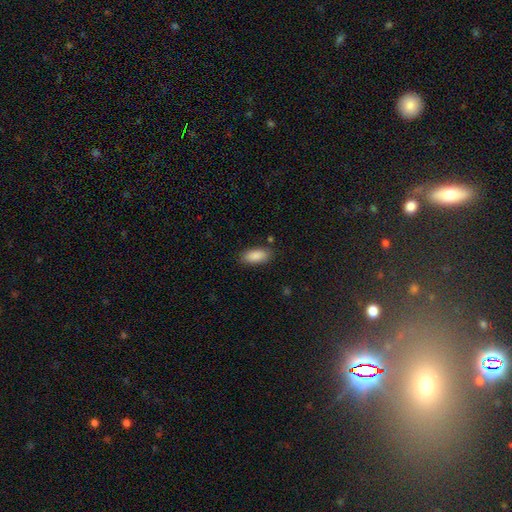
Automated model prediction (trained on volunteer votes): Overall: smooth (89%). How rounded: in between (89%). Merging: none (84%).